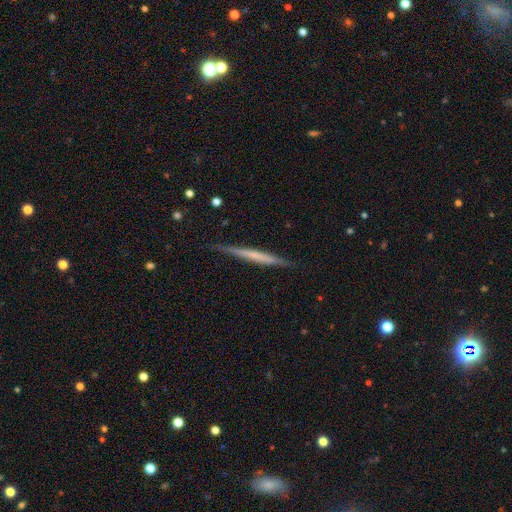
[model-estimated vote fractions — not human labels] The model was most divided on "smooth or featured": featured or disk: 53%, smooth: 41%, star or artifact: 6%. More confident: edge-on disk — yes (97%); merging — none (87%); edge-on bulge — none (83%).